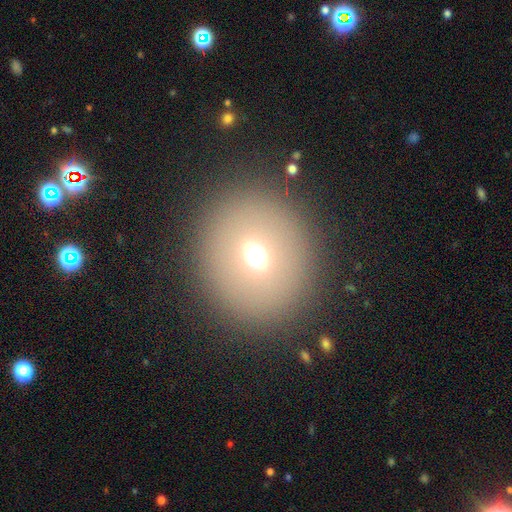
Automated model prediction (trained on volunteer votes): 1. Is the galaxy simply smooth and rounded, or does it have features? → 62% smooth, 19% star or artifact, 19% featured or disk.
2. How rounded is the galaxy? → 76% round, 23% in between, 1% cigar-shaped.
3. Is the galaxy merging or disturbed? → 85% none, 8% minor disturbance, 5% major disturbance, 2% merger.